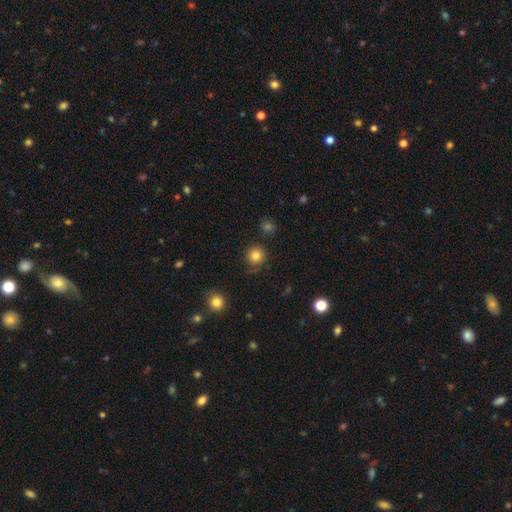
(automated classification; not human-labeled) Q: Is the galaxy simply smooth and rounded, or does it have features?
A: smooth — 82%.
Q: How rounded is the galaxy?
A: round — 93%.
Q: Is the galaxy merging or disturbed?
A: none — 81%.